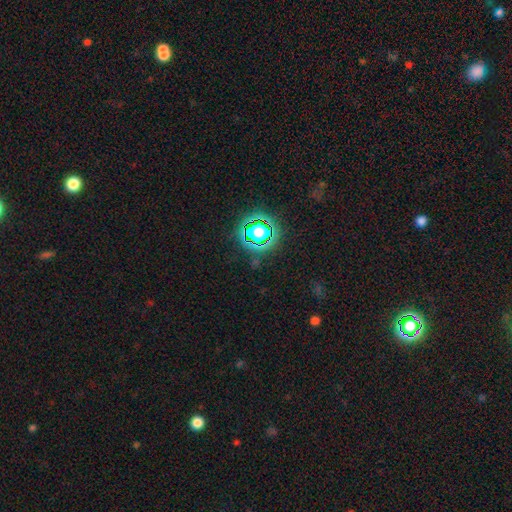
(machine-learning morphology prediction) Smooth or featured?
  - star or artifact: 79% *
  - smooth: 14%
  - featured or disk: 7%